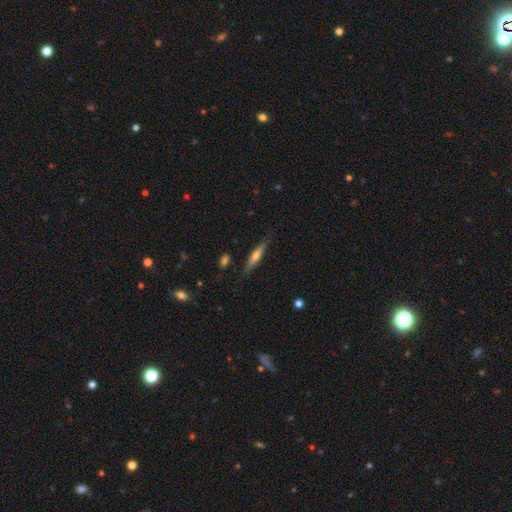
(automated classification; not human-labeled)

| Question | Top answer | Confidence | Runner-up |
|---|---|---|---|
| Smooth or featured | featured or disk | 50% | smooth (43%) |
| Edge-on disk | yes | 94% | no (6%) |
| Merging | none | 85% | minor disturbance (12%) |